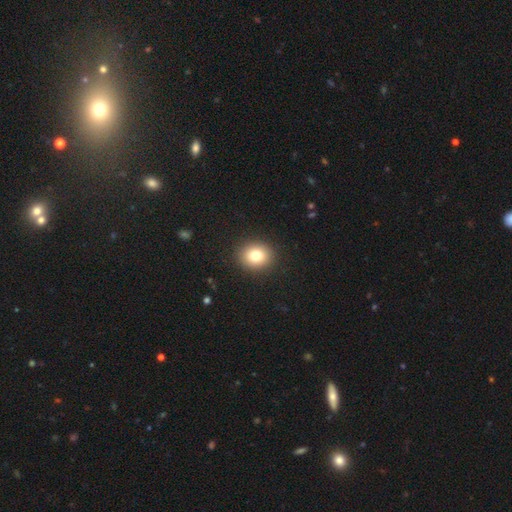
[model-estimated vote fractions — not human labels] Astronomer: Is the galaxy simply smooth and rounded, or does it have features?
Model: smooth — 80%.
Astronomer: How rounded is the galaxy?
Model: round — 70%.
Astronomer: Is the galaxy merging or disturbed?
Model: none — 91%.